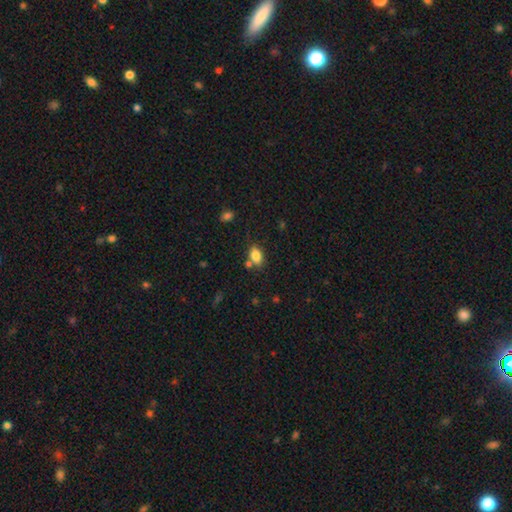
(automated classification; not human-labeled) A smooth galaxy with no disk features (84%) that is in between round and cigar-shaped (88%).

Vote fractions:
- Smooth or featured? smooth: 84% / star or artifact: 9% / featured or disk: 7%
- How rounded? in between: 88% / round: 9% / cigar-shaped: 3%
- Merging? none: 69% / minor disturbance: 14% / merger: 14% / major disturbance: 4%